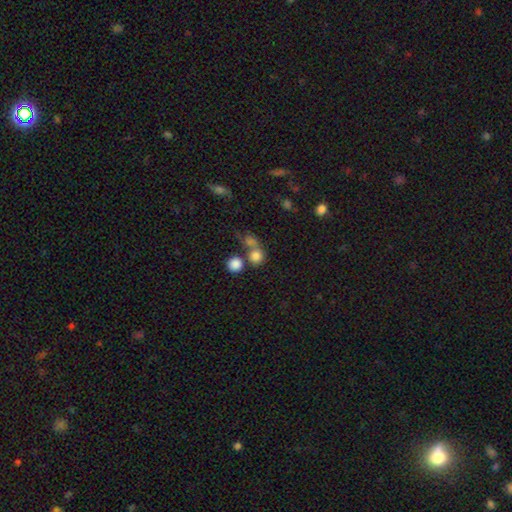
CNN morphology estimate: smooth 80%, star or artifact 13%, featured or disk 8%. Down the decision tree: how rounded — round (88%); merging — none (50%).